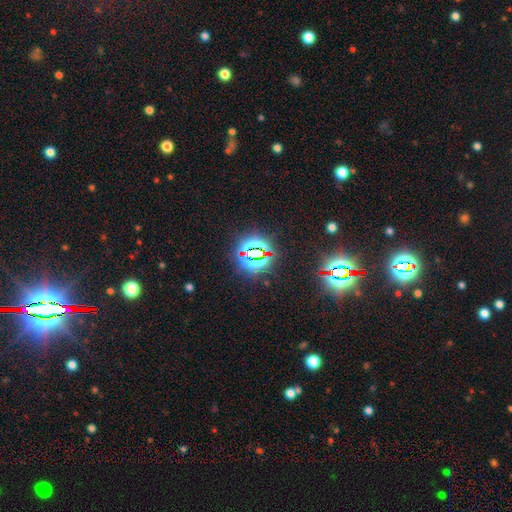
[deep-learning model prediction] smooth-or-featured: star or artifact: 81% | smooth: 11% | featured or disk: 8%